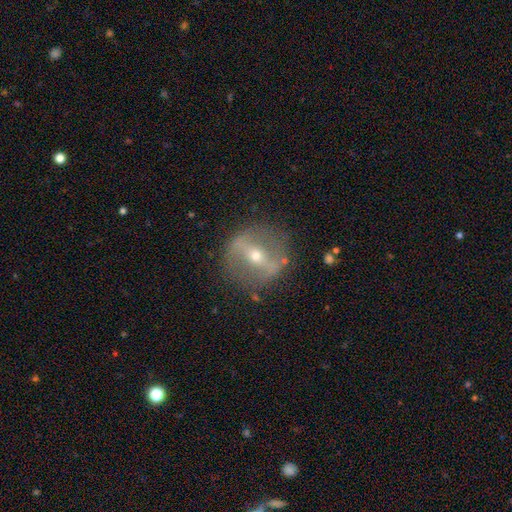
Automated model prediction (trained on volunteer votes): featured or disk 77%, smooth 14%, star or artifact 9%. Down the decision tree: edge-on disk — no (76%); bar — strong (75%); spiral arms — no (68%); bulge size — moderate (54%); merging — none (83%).